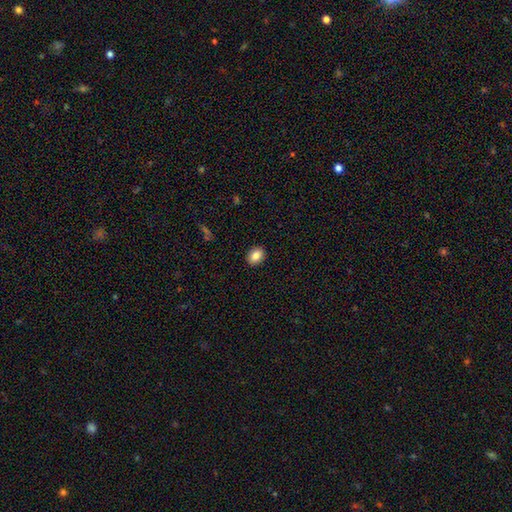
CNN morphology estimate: This is clearly a smooth galaxy (85%). How rounded: possibly in between (59%). Merging: clearly none (91%).